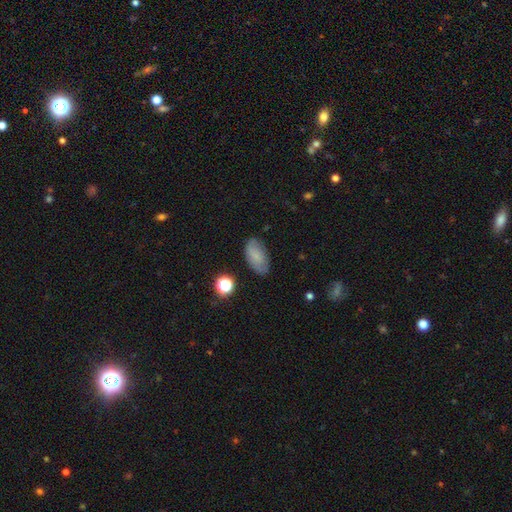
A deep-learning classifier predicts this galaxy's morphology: Smooth or featured: smooth — 75% (featured or disk — 15%)
How rounded: in between — 93% (round — 4%)
Merging: none — 76% (minor disturbance — 18%)